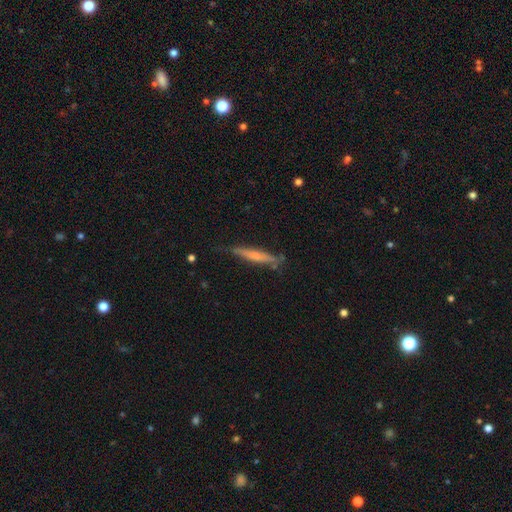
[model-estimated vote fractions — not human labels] Smooth or featured: smooth — 52% (featured or disk — 41%)
How rounded: cigar-shaped — 93% (in between — 5%)
Merging: none — 76% (minor disturbance — 18%)